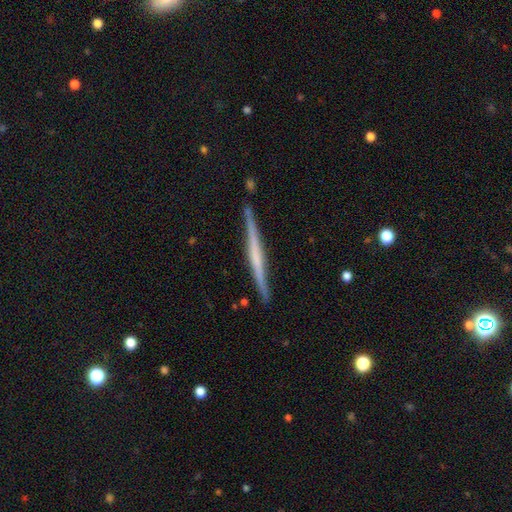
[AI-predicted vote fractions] The model was most divided on "smooth or featured": featured or disk: 66%, smooth: 29%, star or artifact: 5%. More confident: edge-on disk — yes (98%); merging — none (87%); edge-on bulge — none (66%).